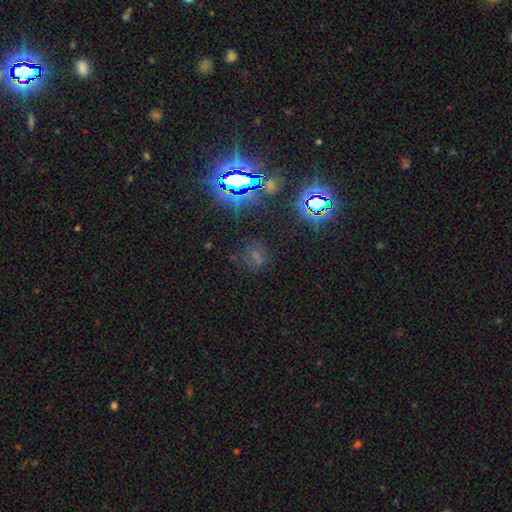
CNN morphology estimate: Q: Smooth or featured?
A: star or artifact (50%); runner-up: smooth (37%)